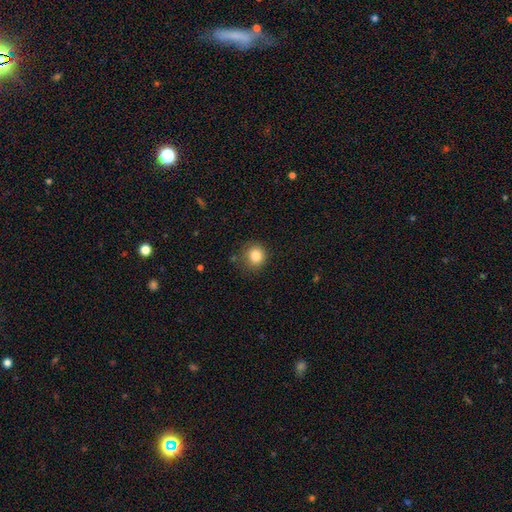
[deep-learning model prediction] This appears to be a smooth galaxy with no disk features (83%) that is round (89%). Merging: none (81%).